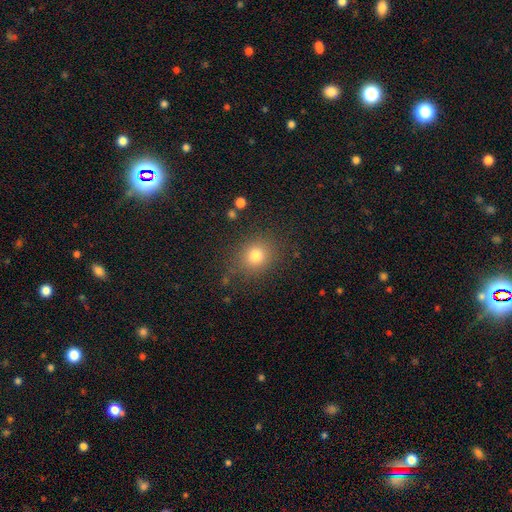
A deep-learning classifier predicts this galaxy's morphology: A smooth galaxy with no disk features (78%) that is round (77%).

Vote fractions:
- Smooth or featured? smooth: 78% / star or artifact: 14% / featured or disk: 8%
- How rounded? round: 77% / in between: 22% / cigar-shaped: 1%
- Merging? none: 84% / minor disturbance: 10% / major disturbance: 4% / merger: 2%